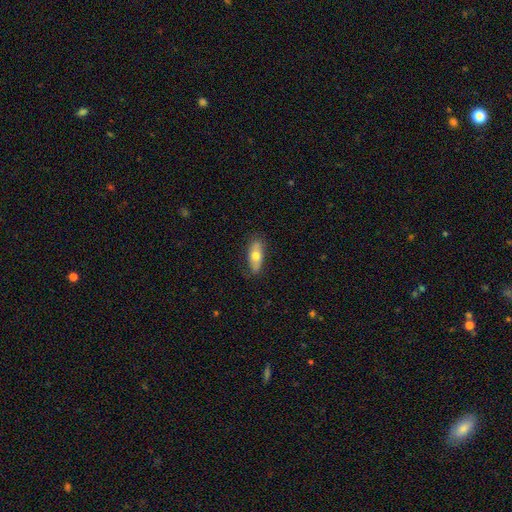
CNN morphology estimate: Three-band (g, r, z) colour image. It shows a smooth galaxy with no disk features (63%) that is in between round and cigar-shaped (76%). Merging: none (80%).